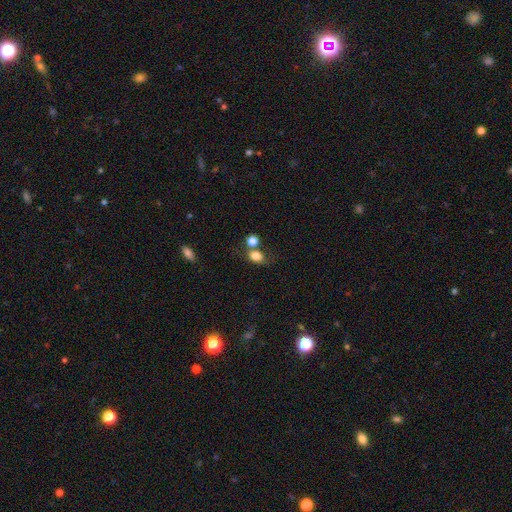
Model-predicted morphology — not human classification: Smooth or featured: smooth — 81% (star or artifact — 12%)
How rounded: in between — 61% (round — 37%)
Merging: none — 50% (merger — 26%)